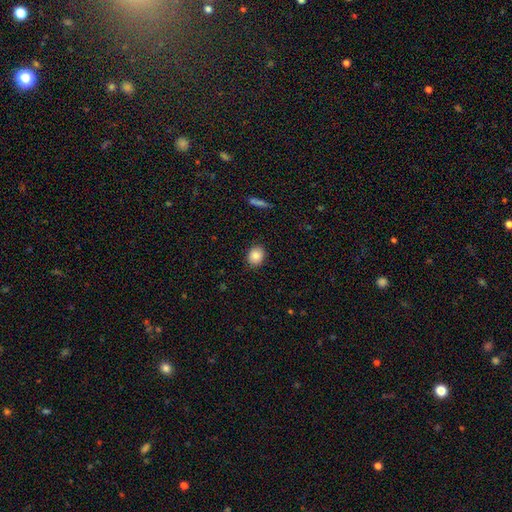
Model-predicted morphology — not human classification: Smooth or featured?
  - smooth: 85% *
  - star or artifact: 9%
  - featured or disk: 6%
How rounded?
  - round: 60% *
  - in between: 39%
  - cigar-shaped: 1%
Merging?
  - none: 88% *
  - minor disturbance: 9%
  - major disturbance: 2%
  - merger: 1%